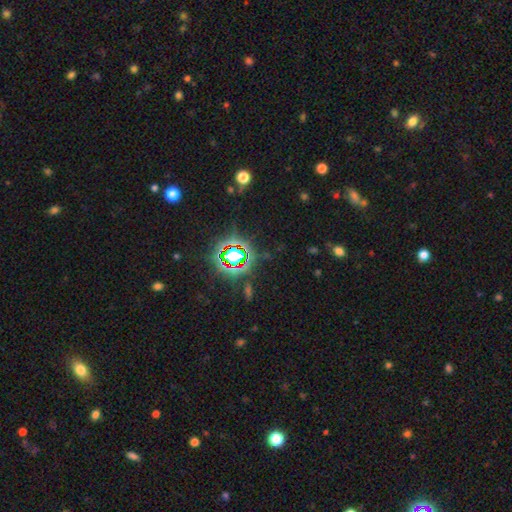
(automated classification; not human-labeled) Morphology: type=star or artifact (81%).